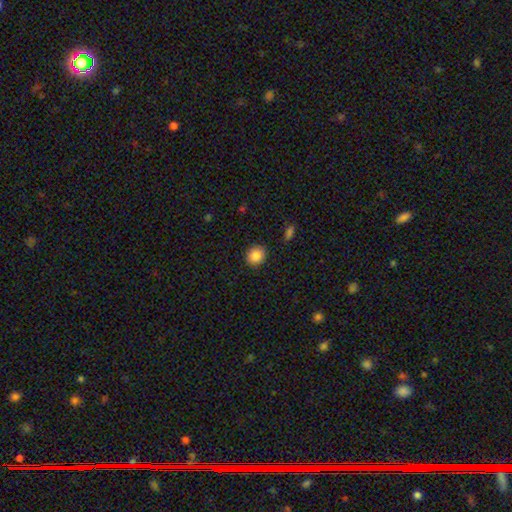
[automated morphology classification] A smooth galaxy with no disk features (85%) that is round (75%).

Vote fractions:
- Smooth or featured? smooth: 85% / star or artifact: 9% / featured or disk: 6%
- How rounded? round: 75% / in between: 24% / cigar-shaped: 1%
- Merging? none: 88% / minor disturbance: 9% / major disturbance: 2% / merger: 1%